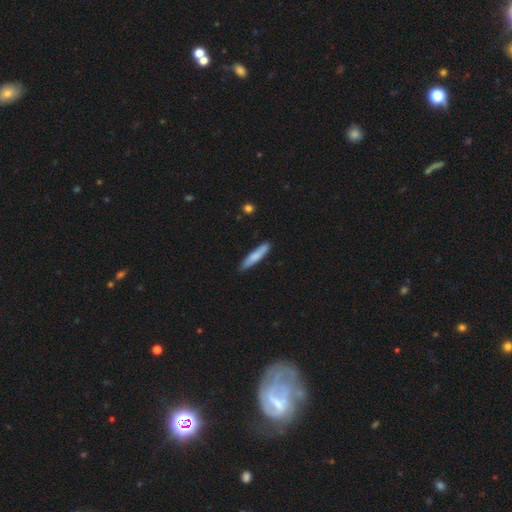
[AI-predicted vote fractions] Smooth or featured? Predicted: smooth (p=0.78). How rounded? Predicted: cigar-shaped (p=0.88). Merging? Predicted: none (p=0.84).